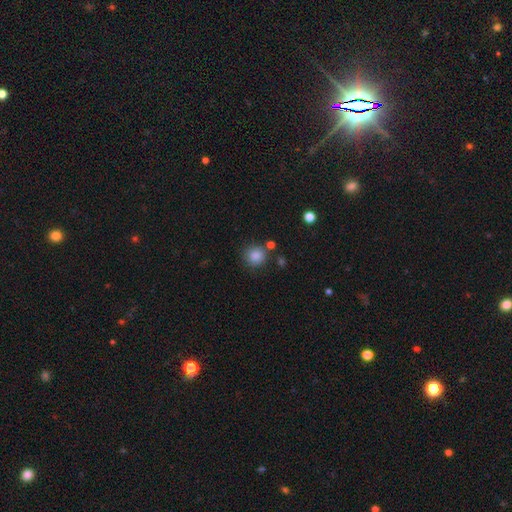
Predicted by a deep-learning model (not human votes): smooth-or-featured: smooth: 85% | star or artifact: 10% | featured or disk: 5%
  how-rounded: round: 89% | in between: 10% | cigar-shaped: 1%
  merging: none: 78% | minor disturbance: 11% | merger: 7% | major disturbance: 4%